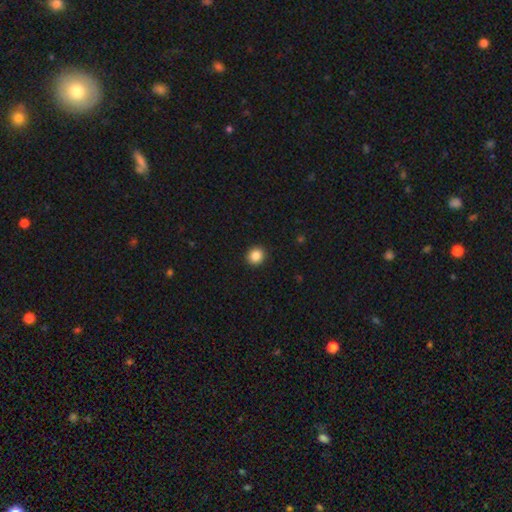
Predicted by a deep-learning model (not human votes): The model was most divided on "how rounded": round: 87%, in between: 12%, cigar-shaped: 1%. More confident: merging — none (92%); smooth or featured — smooth (87%).